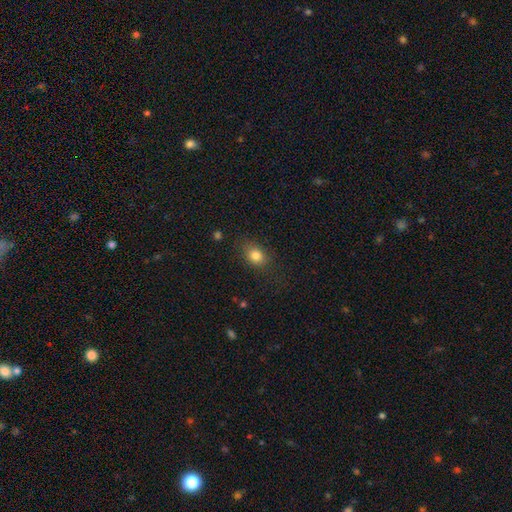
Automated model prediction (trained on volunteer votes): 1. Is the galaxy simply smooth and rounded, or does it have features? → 83% smooth, 10% star or artifact, 7% featured or disk.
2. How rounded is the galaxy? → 57% in between, 42% round, 1% cigar-shaped.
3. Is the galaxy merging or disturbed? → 76% none, 17% minor disturbance, 6% major disturbance, 1% merger.